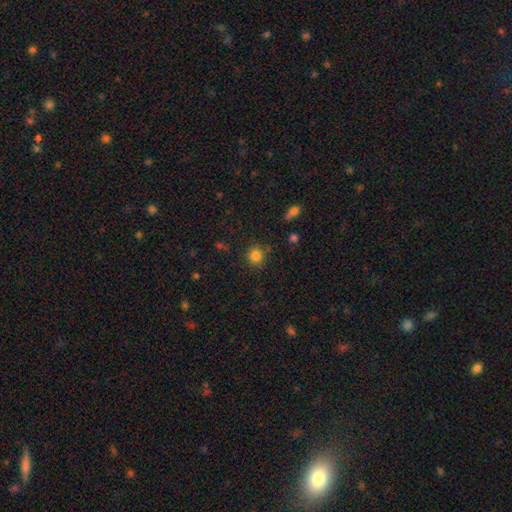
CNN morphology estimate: A smooth galaxy with no disk features (83%) that is round (89%). Merging: none (85%).